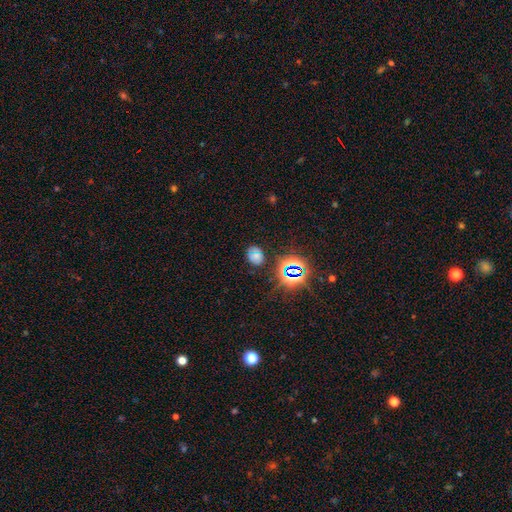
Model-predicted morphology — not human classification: type=smooth (52%); roundness=in between (53%); merging=none (74%).